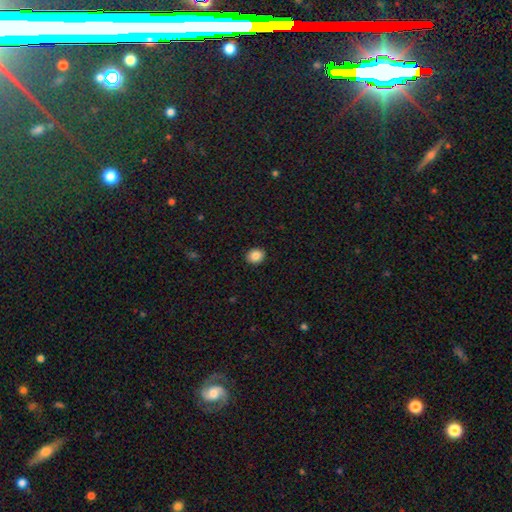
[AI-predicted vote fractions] Smooth or featured?
  - smooth: 86% *
  - star or artifact: 9%
  - featured or disk: 5%
How rounded?
  - round: 64% *
  - in between: 36%
  - cigar-shaped: 1%
Merging?
  - none: 92% *
  - minor disturbance: 6%
  - major disturbance: 2%
  - merger: 1%